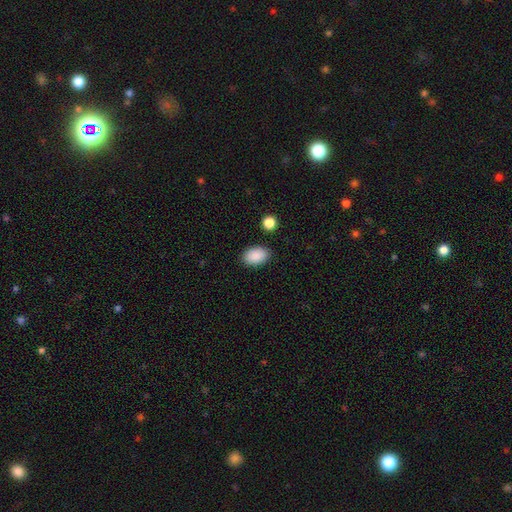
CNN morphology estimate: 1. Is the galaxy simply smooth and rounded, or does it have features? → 90% smooth, 7% star or artifact, 3% featured or disk.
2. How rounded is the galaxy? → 90% in between, 9% round, 1% cigar-shaped.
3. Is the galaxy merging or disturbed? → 88% none, 8% minor disturbance, 2% major disturbance, 2% merger.